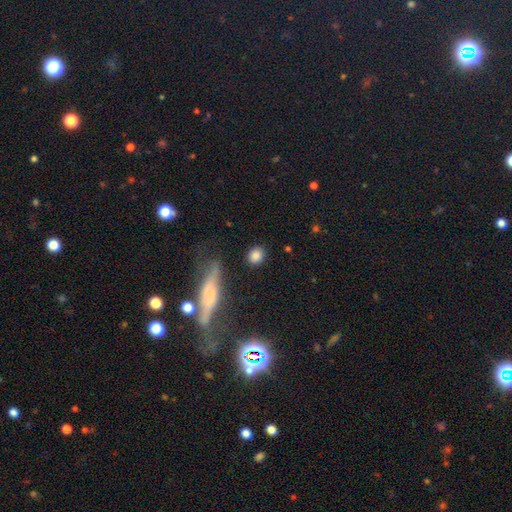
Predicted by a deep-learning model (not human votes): The model was most divided on "how rounded": round: 72%, in between: 24%, cigar-shaped: 4%. More confident: merging — none (85%); smooth or featured — smooth (84%).